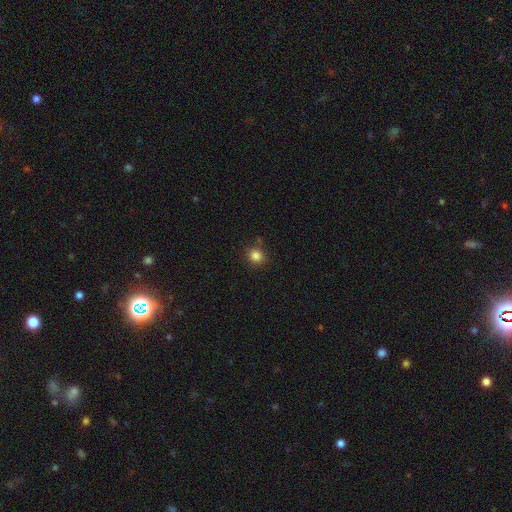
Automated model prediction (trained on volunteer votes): Smooth or featured?
  - smooth: 84% *
  - star or artifact: 12%
  - featured or disk: 4%
How rounded?
  - round: 87% *
  - in between: 12%
  - cigar-shaped: 1%
Merging?
  - none: 84% *
  - minor disturbance: 10%
  - merger: 3%
  - major disturbance: 3%